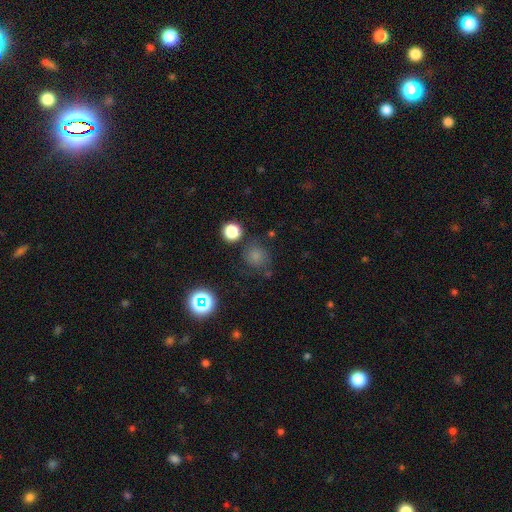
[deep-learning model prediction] Overall: smooth (72%). How rounded: round (85%). Merging: none (71%).